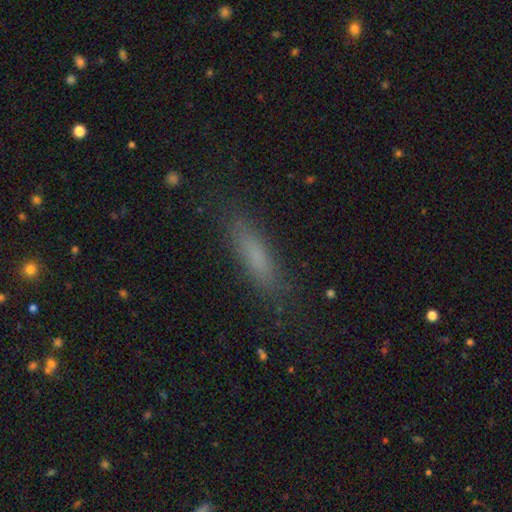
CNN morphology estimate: Q: Smooth or featured?
A: smooth (72%); runner-up: featured or disk (16%)
Q: How rounded?
A: cigar-shaped (73%); runner-up: in between (25%)
Q: Merging?
A: none (82%); runner-up: minor disturbance (12%)